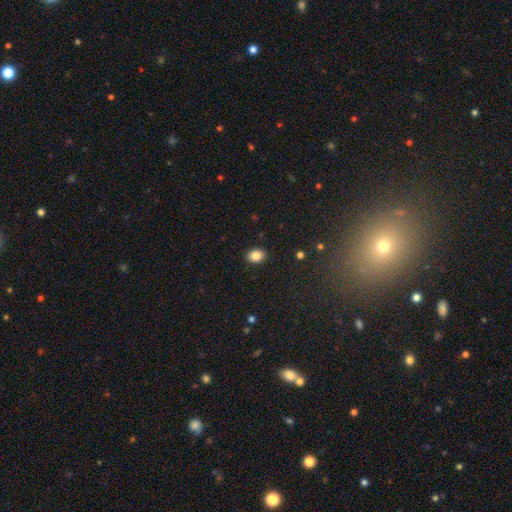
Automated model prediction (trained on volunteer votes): smooth 86%, star or artifact 10%, featured or disk 5%. Down the decision tree: how rounded — in between (57%); merging — none (90%).